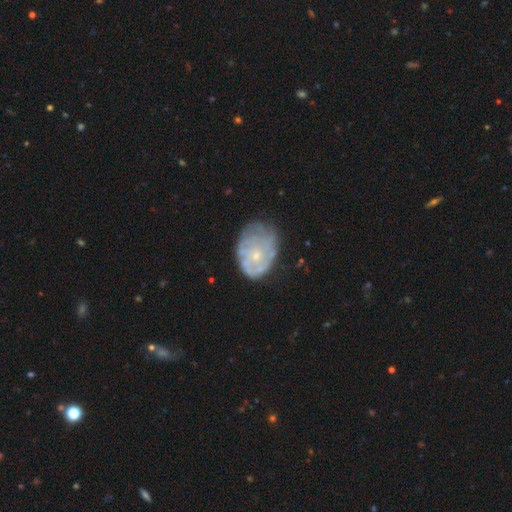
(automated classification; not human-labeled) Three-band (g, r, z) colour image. It shows a featured or disk galaxy (65%) with no bar (84%), spiral arms (59%) and a small central bulge (70%). Merging: none (53%).